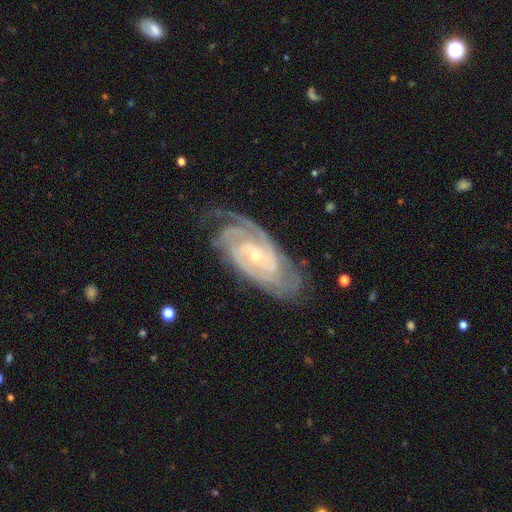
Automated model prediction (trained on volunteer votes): featured or disk 91%, star or artifact 5%, smooth 4%. Down the decision tree: edge-on disk — no (95%); bar — no (57%); spiral arms — yes (98%); spiral arm count — 2 (30%); spiral winding — tight (69%); bulge size — small (73%); merging — none (72%).